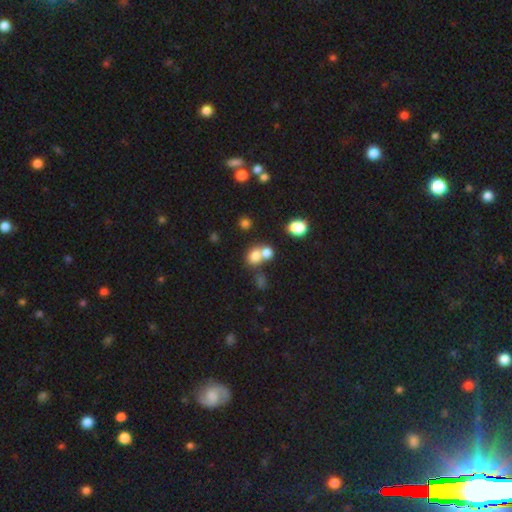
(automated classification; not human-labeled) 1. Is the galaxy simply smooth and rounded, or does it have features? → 74% smooth, 14% star or artifact, 11% featured or disk.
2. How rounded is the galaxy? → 70% round, 29% in between, 1% cigar-shaped.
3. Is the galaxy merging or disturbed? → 52% merger, 37% none, 7% minor disturbance, 4% major disturbance.